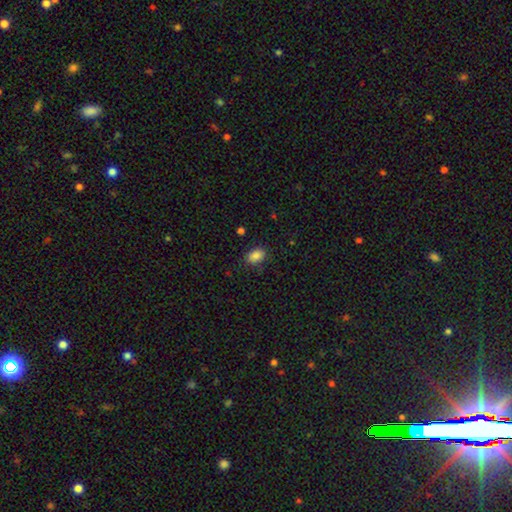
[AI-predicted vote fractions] Overall: smooth (87%). How rounded: in between (85%). Merging: none (83%).